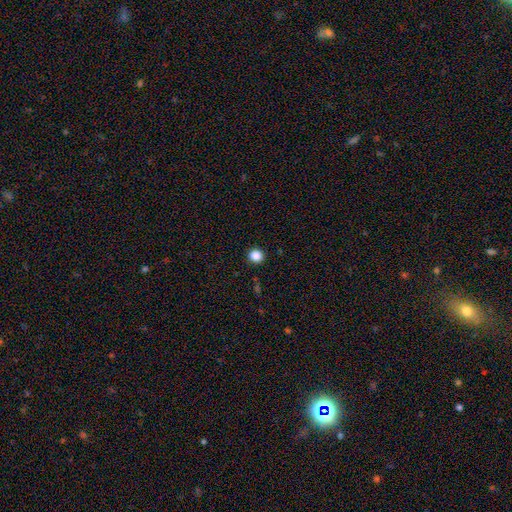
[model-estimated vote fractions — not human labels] The model was most divided on "smooth or featured": smooth: 86%, star or artifact: 12%, featured or disk: 3%. More confident: merging — none (93%); how rounded — round (91%).